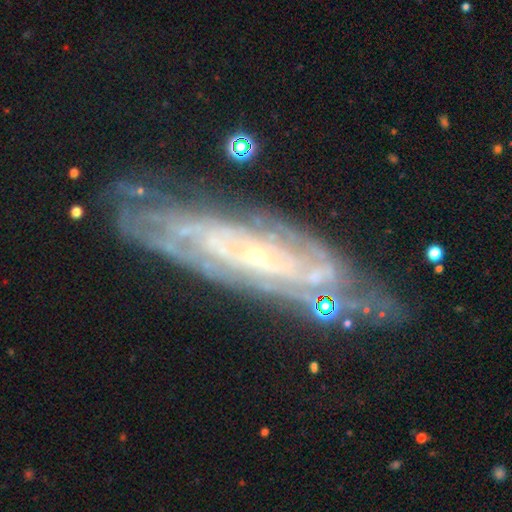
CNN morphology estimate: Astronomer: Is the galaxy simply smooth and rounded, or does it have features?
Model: featured or disk — 85%.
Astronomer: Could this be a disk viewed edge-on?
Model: no — 80%.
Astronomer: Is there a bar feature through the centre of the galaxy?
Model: no — 67%.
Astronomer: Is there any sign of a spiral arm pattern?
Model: yes — 94%.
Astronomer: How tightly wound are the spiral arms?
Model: tight — 75%.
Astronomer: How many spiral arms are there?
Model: can't tell — 45%.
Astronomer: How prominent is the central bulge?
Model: small — 84%.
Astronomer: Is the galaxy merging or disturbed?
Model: none — 76%.